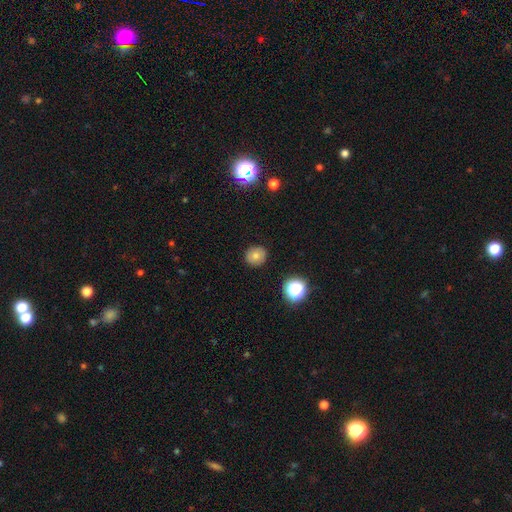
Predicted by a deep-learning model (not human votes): Smooth or featured? smooth (74%)
How rounded? round (87%)
Merging? none (89%)